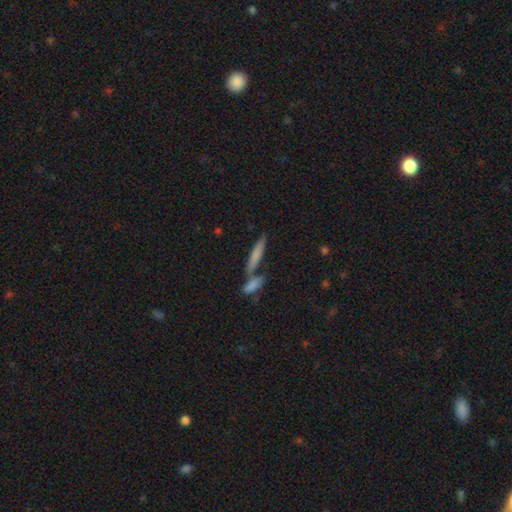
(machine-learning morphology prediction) A smooth galaxy with no disk features (67%) that is cigar-shaped (84%). Merging: none (60%).